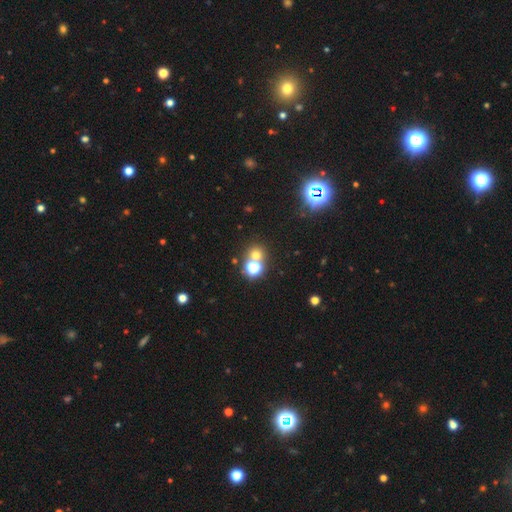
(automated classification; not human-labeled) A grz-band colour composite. It shows a smooth galaxy with no disk features (57%) that is round (86%). Merging: none (59%).